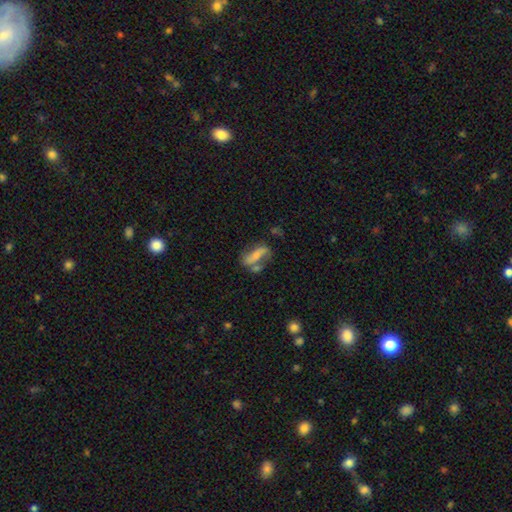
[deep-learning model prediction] Overall: featured or disk (45%, tied with smooth). Merging: none (43%; merger 22%).